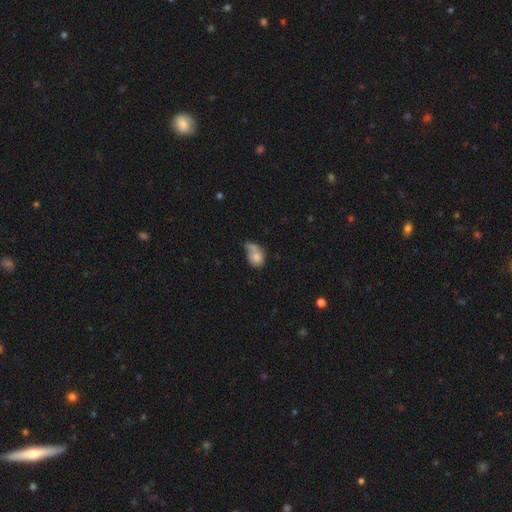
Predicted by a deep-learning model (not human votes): The model was most divided on "merging": merger: 40%, none: 25%, minor disturbance: 21%, major disturbance: 14%. More confident: smooth or featured — smooth (76%); how rounded — in between (62%).